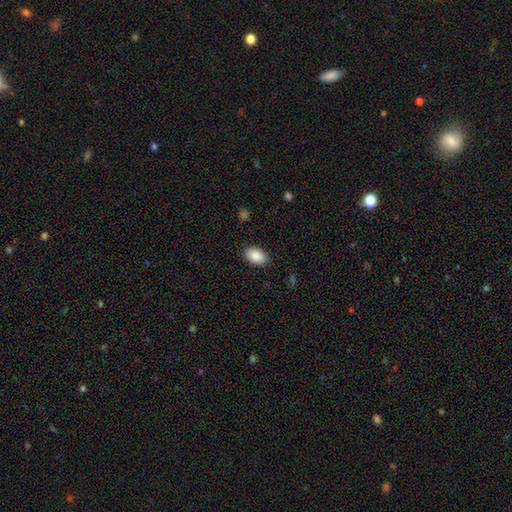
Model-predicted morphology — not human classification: This is clearly a smooth galaxy (90%). How rounded: clearly in between (91%). Merging: clearly none (88%).